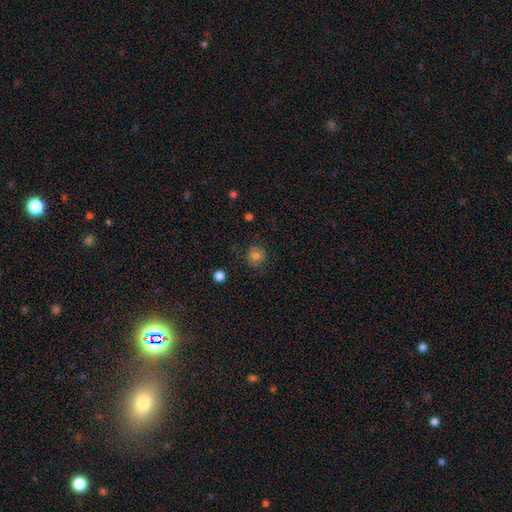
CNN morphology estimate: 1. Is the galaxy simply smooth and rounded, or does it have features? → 79% smooth, 11% star or artifact, 11% featured or disk.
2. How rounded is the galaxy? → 91% round, 8% in between, 1% cigar-shaped.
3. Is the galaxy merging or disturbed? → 85% none, 11% minor disturbance, 3% major disturbance, 1% merger.